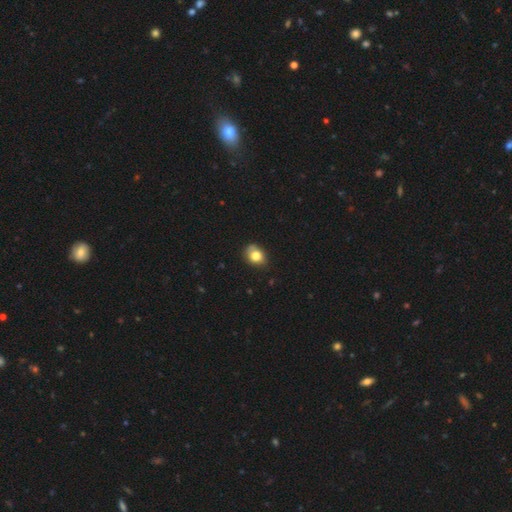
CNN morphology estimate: The model was most divided on "how rounded": in between: 55%, round: 44%, cigar-shaped: 1%. More confident: smooth or featured — smooth (78%); merging — none (66%).